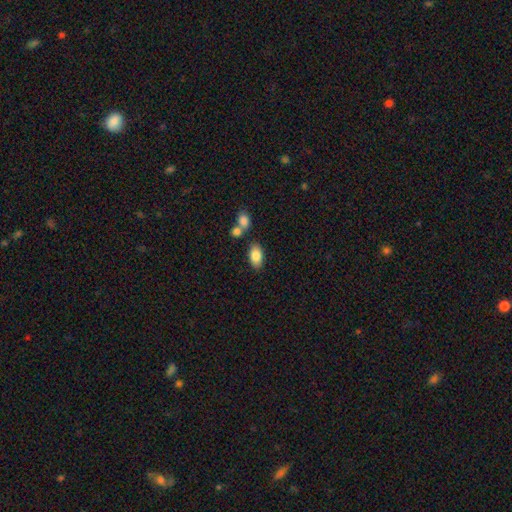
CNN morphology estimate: Overall: smooth (83%). How rounded: in between (92%). Merging: none (74%).